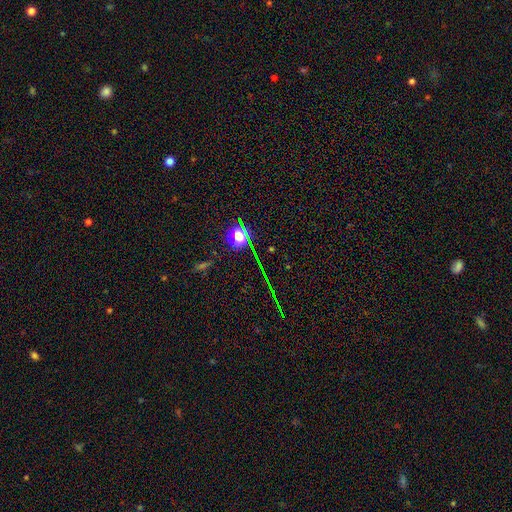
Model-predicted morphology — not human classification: Smooth or featured? Predicted: star or artifact (p=0.72).